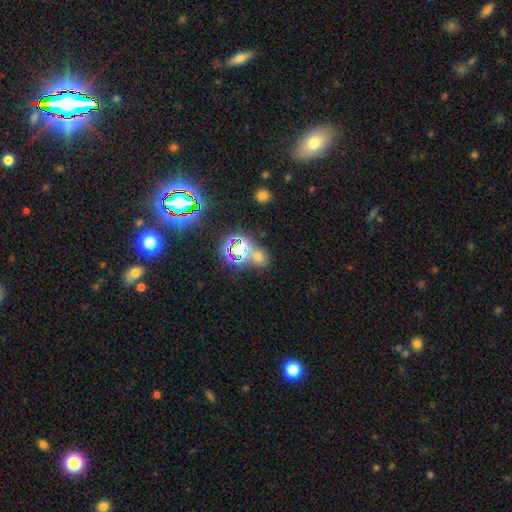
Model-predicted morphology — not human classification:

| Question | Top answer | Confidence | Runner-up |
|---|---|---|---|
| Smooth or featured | star or artifact | 56% | smooth (35%) |